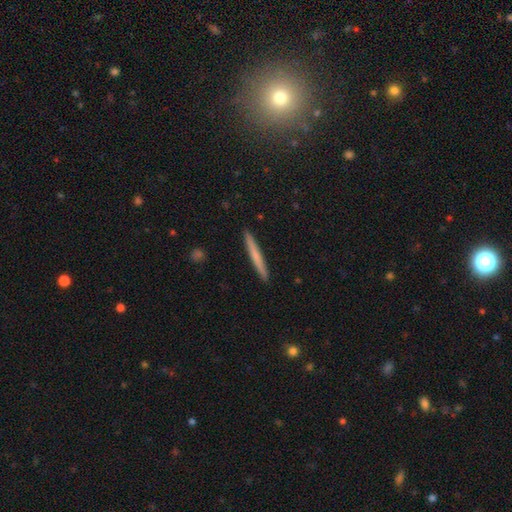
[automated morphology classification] Overall: smooth (62%; featured or disk 32%). How rounded: cigar-shaped (97%). Merging: none (93%).